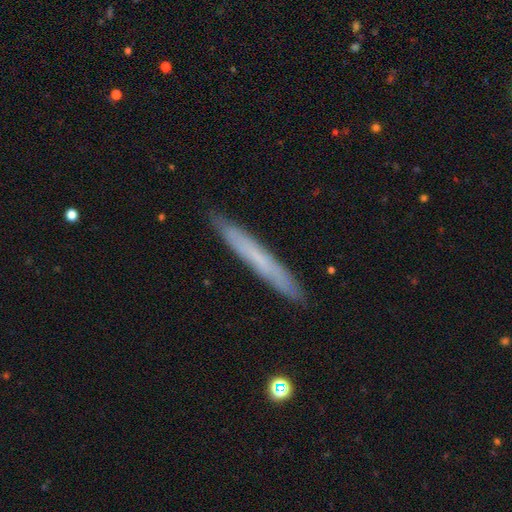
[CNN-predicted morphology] A smooth galaxy with no disk features (55%) that is cigar-shaped (97%).

Vote fractions:
- Smooth or featured? smooth: 55% / featured or disk: 38% / star or artifact: 7%
- How rounded? cigar-shaped: 97% / in between: 2% / round: 1%
- Merging? none: 90% / minor disturbance: 7% / major disturbance: 1% / merger: 1%